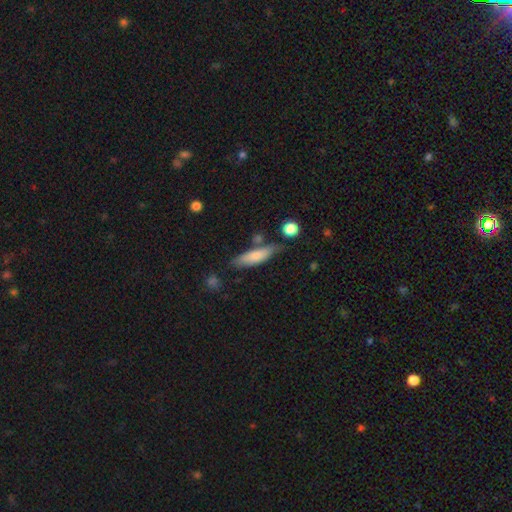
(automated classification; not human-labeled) Overall: smooth (74%). How rounded: cigar-shaped (61%; in between 37%). Merging: none (66%).